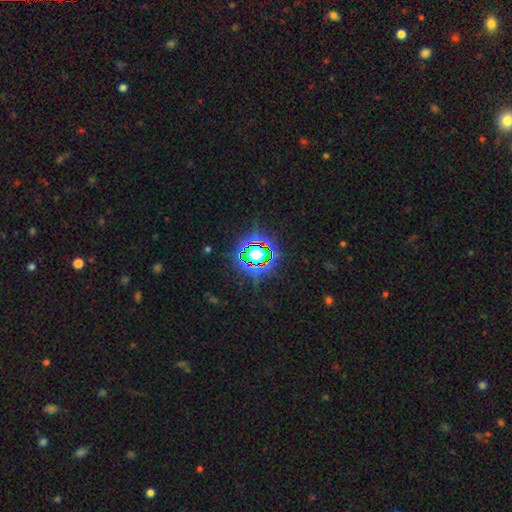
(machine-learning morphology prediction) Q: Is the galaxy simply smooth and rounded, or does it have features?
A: star or artifact — 81%.